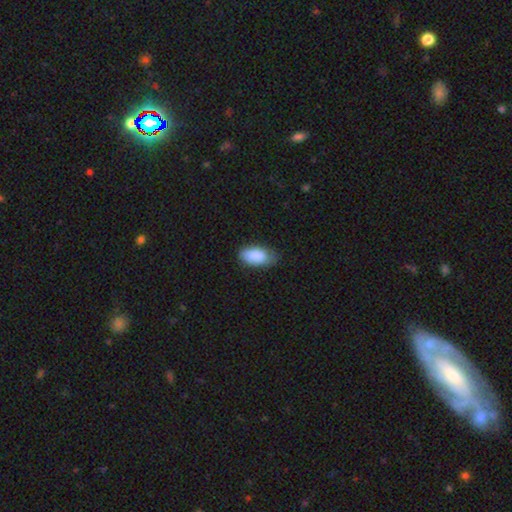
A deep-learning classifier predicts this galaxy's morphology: smooth-or-featured: smooth: 88% | star or artifact: 6% | featured or disk: 6%
  how-rounded: in between: 94% | round: 3% | cigar-shaped: 3%
  merging: none: 68% | minor disturbance: 26% | major disturbance: 5% | merger: 1%